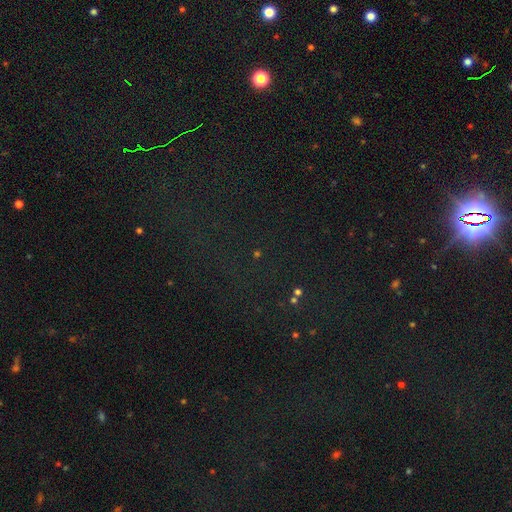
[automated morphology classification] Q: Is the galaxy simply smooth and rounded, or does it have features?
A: star or artifact — 76%.